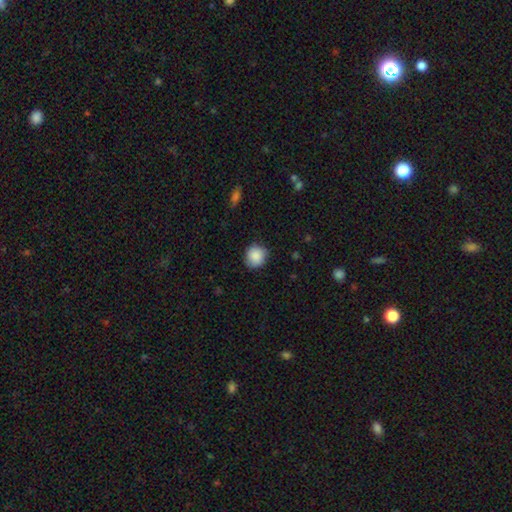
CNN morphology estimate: Smooth or featured: smooth — 87% (star or artifact — 7%)
How rounded: round — 88% (in between — 11%)
Merging: none — 80% (minor disturbance — 16%)